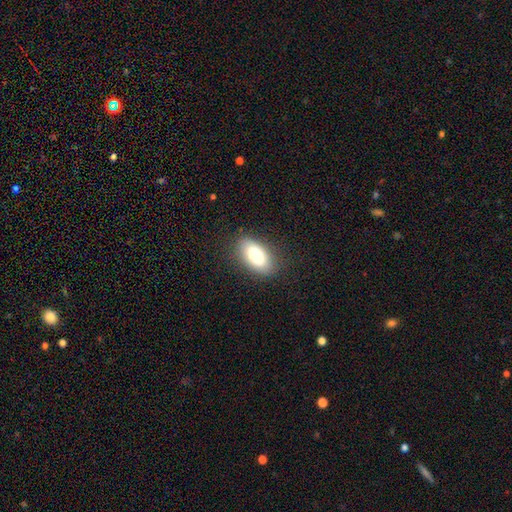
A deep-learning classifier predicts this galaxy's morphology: smooth-or-featured: smooth: 79% | featured or disk: 14% | star or artifact: 7%
  how-rounded: in between: 92% | cigar-shaped: 5% | round: 4%
  merging: none: 84% | minor disturbance: 11% | major disturbance: 3% | merger: 1%